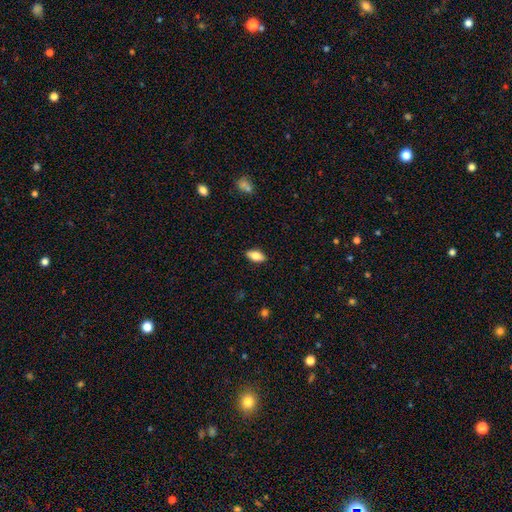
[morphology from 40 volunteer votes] Overall: smooth (80%). How rounded: in between (94%). Merging: none (87%).